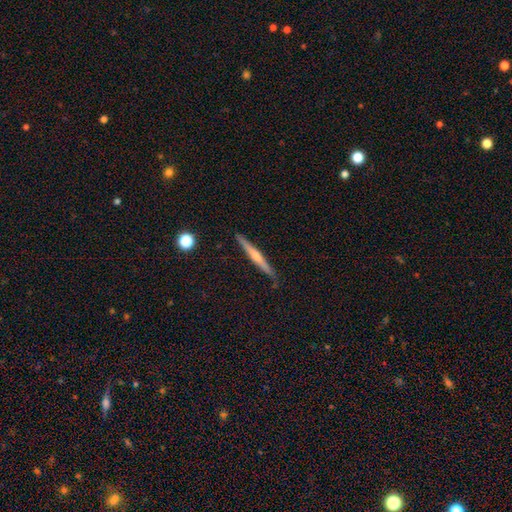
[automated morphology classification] smooth-or-featured: featured or disk: 64% | smooth: 30% | star or artifact: 6%
  disk-edge-on: yes: 98% | no: 2%
    edge-on-bulge: rounded: 70% | none: 24% | boxy: 7%
  merging: none: 88% | minor disturbance: 9% | major disturbance: 2% | merger: 1%